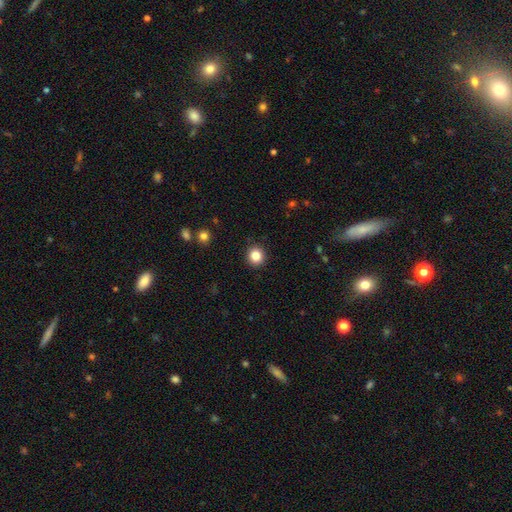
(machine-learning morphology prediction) This appears to be a smooth galaxy with no disk features (83%) that is round (92%). Merging: none (92%).